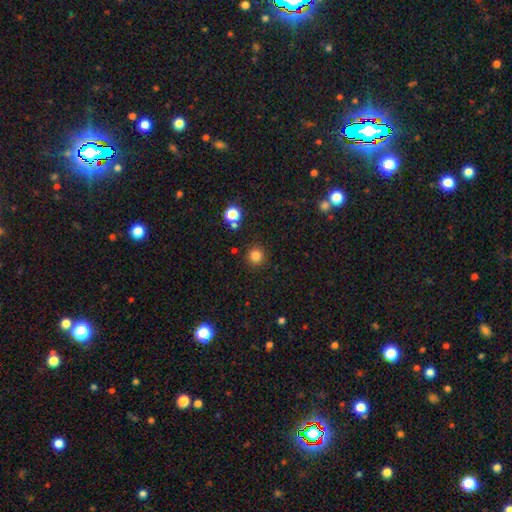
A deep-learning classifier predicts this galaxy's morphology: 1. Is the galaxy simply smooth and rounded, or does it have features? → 81% smooth, 14% star or artifact, 5% featured or disk.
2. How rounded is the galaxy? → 94% round, 5% in between, 1% cigar-shaped.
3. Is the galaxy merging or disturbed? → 89% none, 6% minor disturbance, 3% merger, 2% major disturbance.